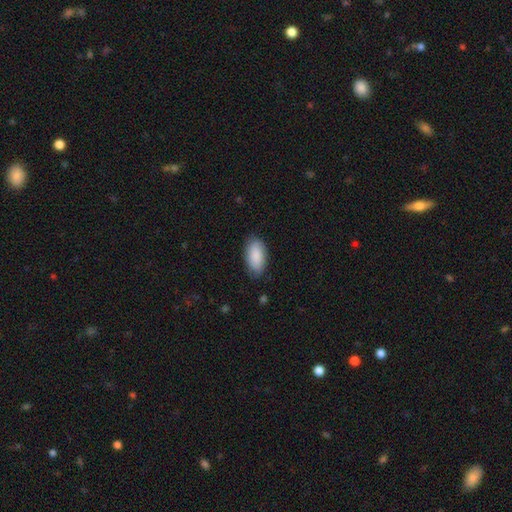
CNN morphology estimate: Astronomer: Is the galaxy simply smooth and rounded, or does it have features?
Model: smooth — 88%.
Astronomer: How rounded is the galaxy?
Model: in between — 93%.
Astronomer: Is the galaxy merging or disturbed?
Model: none — 80%.